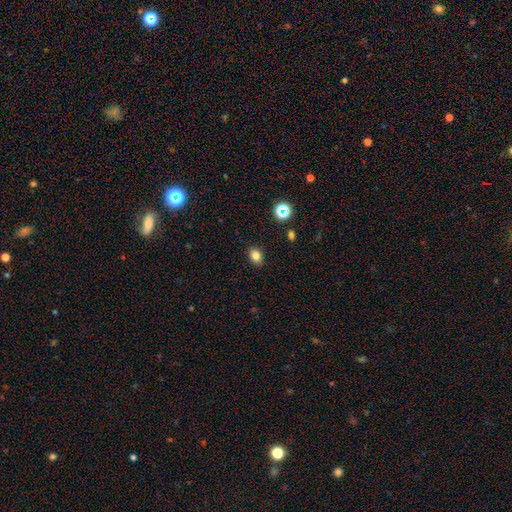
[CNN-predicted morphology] A smooth galaxy with no disk features (80%) that is in between round and cigar-shaped (66%).

Vote fractions:
- Smooth or featured? smooth: 80% / star or artifact: 14% / featured or disk: 7%
- How rounded? in between: 66% / round: 33% / cigar-shaped: 1%
- Merging? none: 88% / minor disturbance: 9% / major disturbance: 2% / merger: 1%